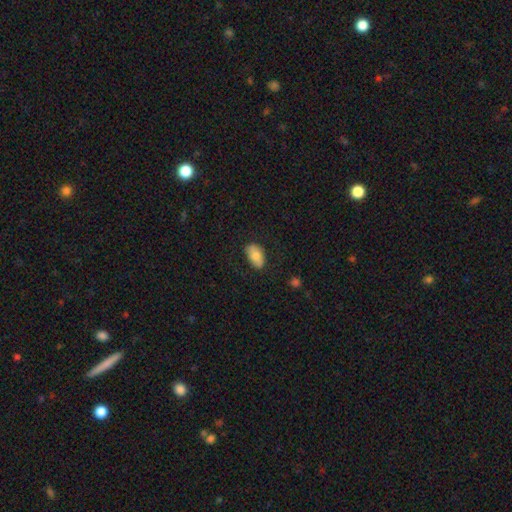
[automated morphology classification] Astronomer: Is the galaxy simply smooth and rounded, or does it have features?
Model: smooth — 77%.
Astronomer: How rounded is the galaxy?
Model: in between — 93%.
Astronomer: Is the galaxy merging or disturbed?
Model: none — 79%.